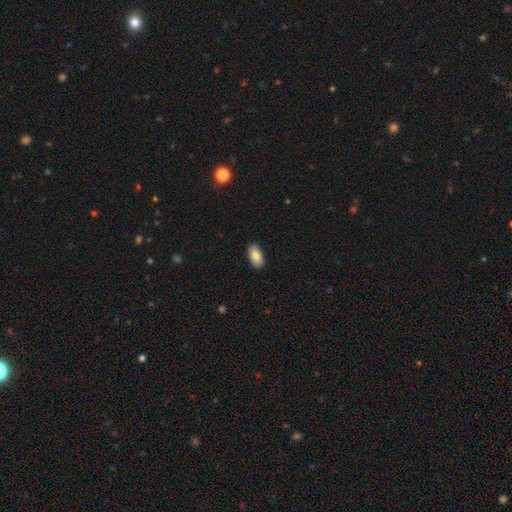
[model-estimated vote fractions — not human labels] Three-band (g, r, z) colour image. It shows a smooth galaxy with no disk features (83%) that is in between round and cigar-shaped (93%). Merging: none (89%).